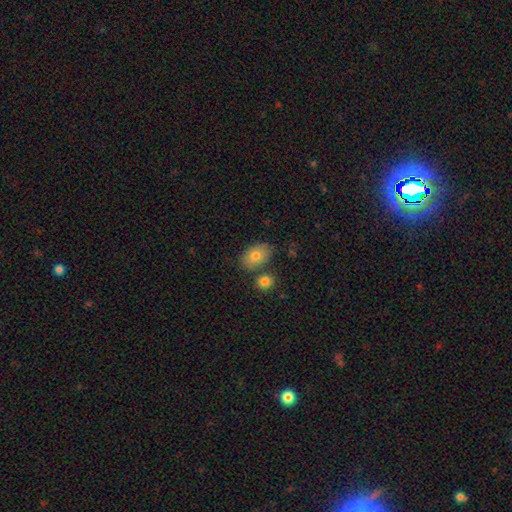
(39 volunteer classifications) Volunteers were most divided on "merging": none: 58%, minor disturbance: 19%, merger: 17%, major disturbance: 6%. More confident: how rounded — in between (88%); smooth or featured — smooth (85%).